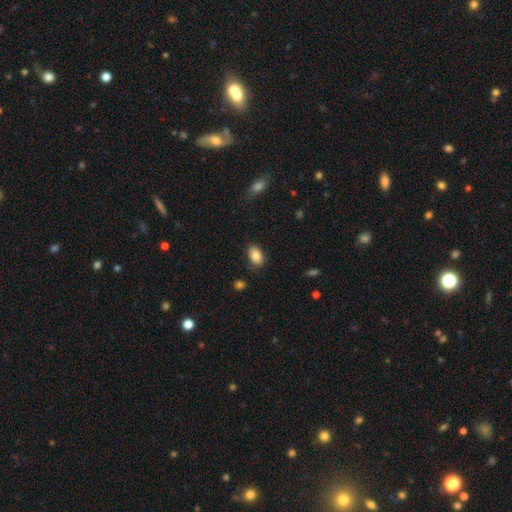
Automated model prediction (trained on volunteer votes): Overall: smooth (85%). How rounded: in between (90%). Merging: none (81%).